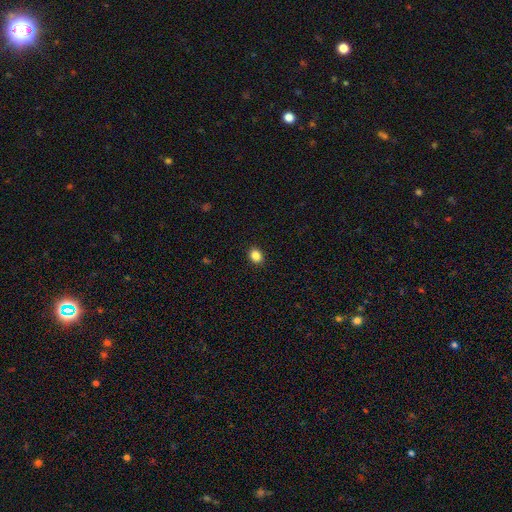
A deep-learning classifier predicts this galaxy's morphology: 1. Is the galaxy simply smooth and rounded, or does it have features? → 86% smooth, 10% star or artifact, 4% featured or disk.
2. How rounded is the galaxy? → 54% round, 45% in between, 1% cigar-shaped.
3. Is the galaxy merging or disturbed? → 90% none, 7% minor disturbance, 2% major disturbance, 1% merger.